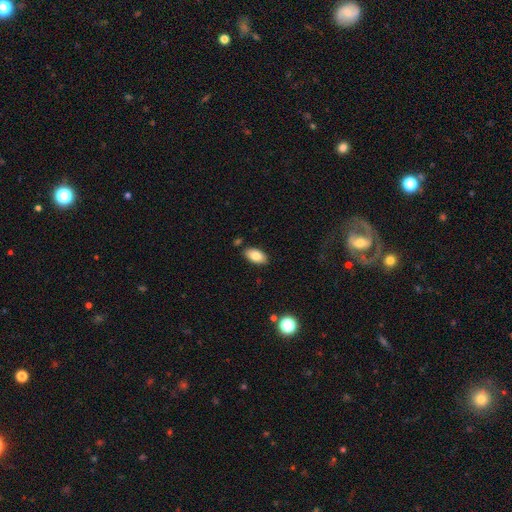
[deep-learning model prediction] This appears to be a smooth galaxy with no disk features (82%) that is in between round and cigar-shaped (93%). Merging: none (85%).